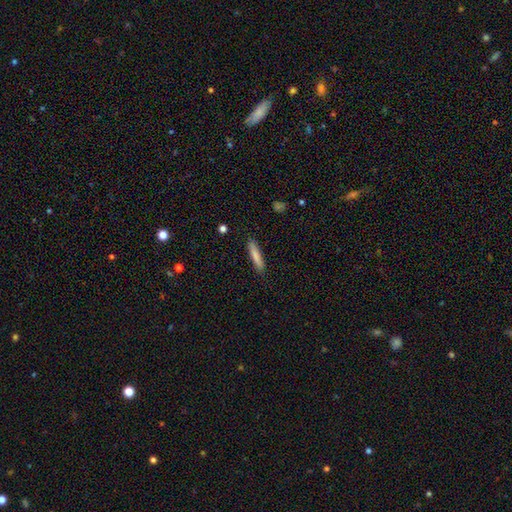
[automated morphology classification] A smooth galaxy with no disk features (80%) that is cigar-shaped (89%).

Vote fractions:
- Smooth or featured? smooth: 80% / featured or disk: 14% / star or artifact: 6%
- How rounded? cigar-shaped: 89% / in between: 9% / round: 1%
- Merging? none: 88% / minor disturbance: 8% / major disturbance: 2% / merger: 1%